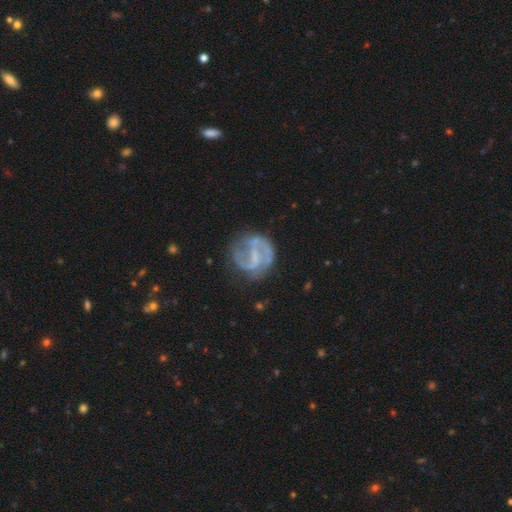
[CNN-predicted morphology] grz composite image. It shows a featured or disk galaxy (76%) with a weak bar (46%), 2 (68%) medium (44%) spiral arms (80%) and no central bulge (45%). Merging: none (61%).